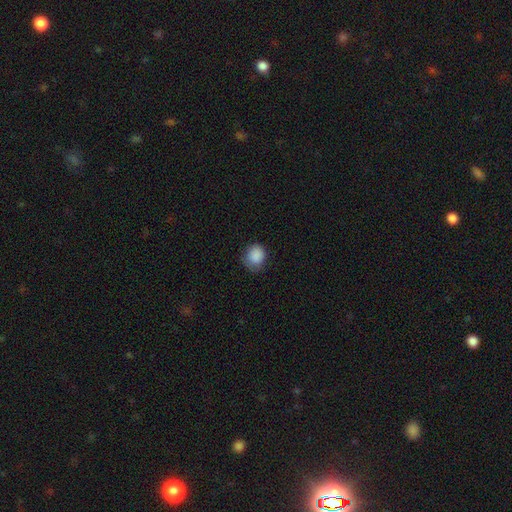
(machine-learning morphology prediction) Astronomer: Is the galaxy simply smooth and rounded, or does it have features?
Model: smooth — 88%.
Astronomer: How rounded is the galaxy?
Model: round — 75%.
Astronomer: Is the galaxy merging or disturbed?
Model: none — 67%.